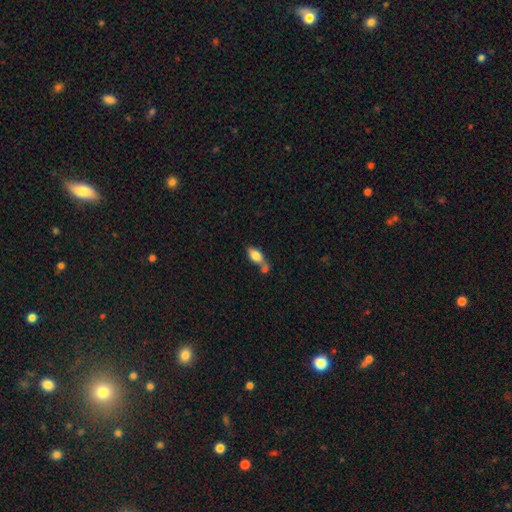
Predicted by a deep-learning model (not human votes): Q: Smooth or featured?
A: smooth (77%); runner-up: featured or disk (15%)
Q: How rounded?
A: in between (85%); runner-up: cigar-shaped (9%)
Q: Merging?
A: merger (41%); runner-up: none (36%)